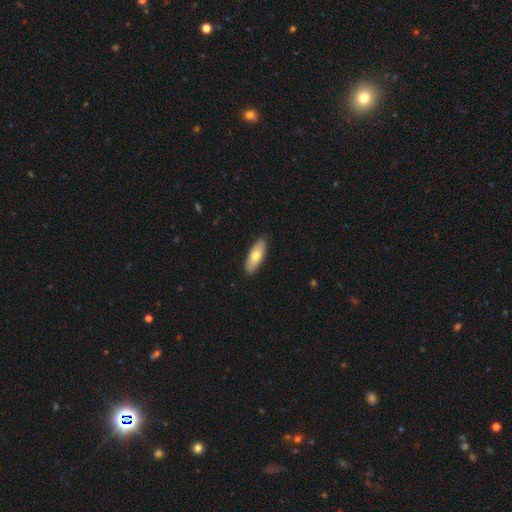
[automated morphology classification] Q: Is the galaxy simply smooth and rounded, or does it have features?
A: smooth — 68%.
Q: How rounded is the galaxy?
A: in between — 70%.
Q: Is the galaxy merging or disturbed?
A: none — 90%.